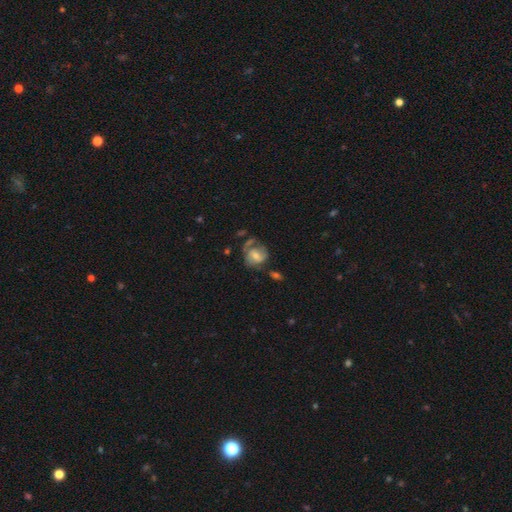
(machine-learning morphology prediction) This appears to be a featured or disk galaxy (56%) with no bar (49%), spiral arms (76%) and a moderate central bulge (51%). Merging: none (45%).